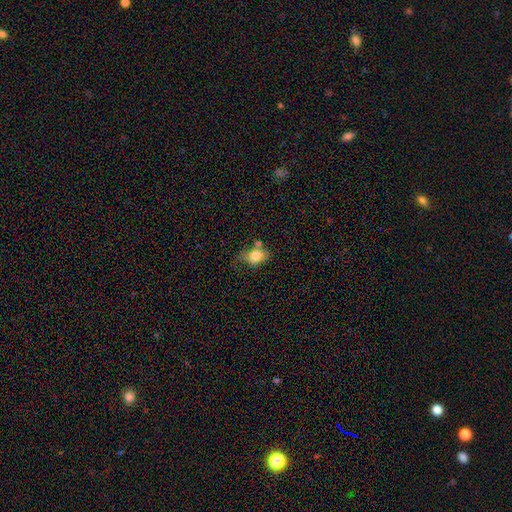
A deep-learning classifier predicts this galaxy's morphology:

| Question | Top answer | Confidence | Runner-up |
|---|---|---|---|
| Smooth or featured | smooth | 78% | featured or disk (13%) |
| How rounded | in between | 73% | round (25%) |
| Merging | none | 48% | minor disturbance (26%) |